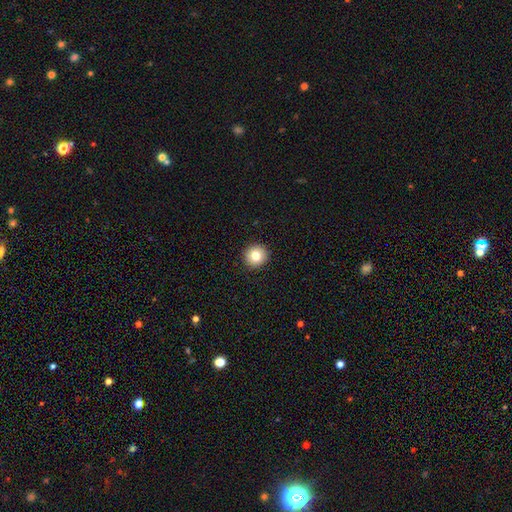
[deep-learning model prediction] This appears to be a smooth galaxy with no disk features (81%) that is round (94%). Merging: none (94%).